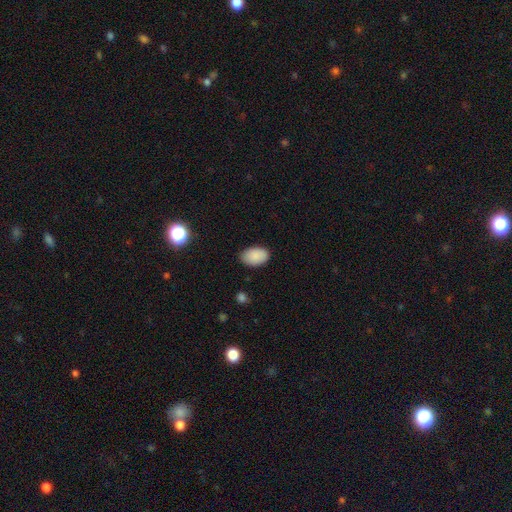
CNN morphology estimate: Overall: smooth (88%). How rounded: in between (92%). Merging: none (85%).